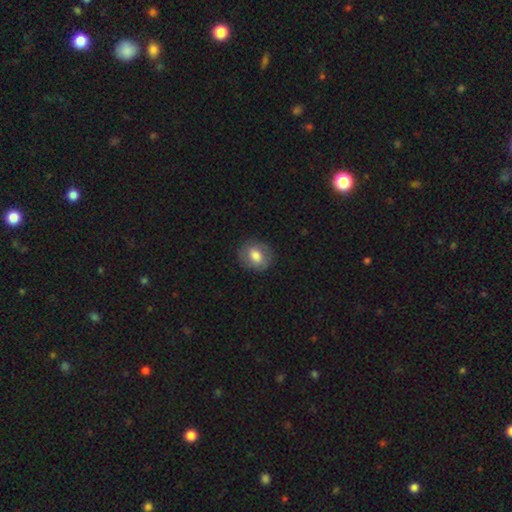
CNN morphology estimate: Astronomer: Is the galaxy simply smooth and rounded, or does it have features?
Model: smooth — 72%.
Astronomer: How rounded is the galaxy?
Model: round — 54% (runner-up: in between, 45%).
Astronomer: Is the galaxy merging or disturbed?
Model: none — 84%.